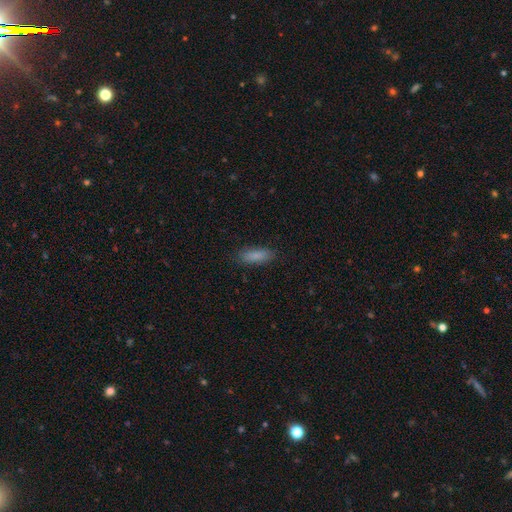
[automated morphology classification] Smooth or featured? Predicted: smooth (p=0.87). How rounded? Predicted: in between (p=0.61). Merging? Predicted: none (p=0.85).